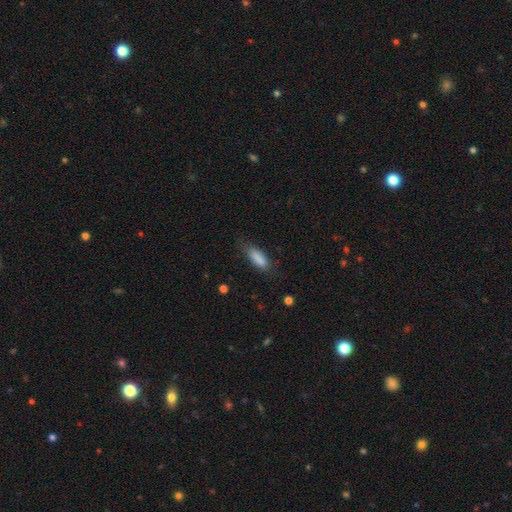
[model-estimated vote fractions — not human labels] This is clearly a smooth galaxy (85%). How rounded: possibly in between (60%). Merging: likely none (70%).